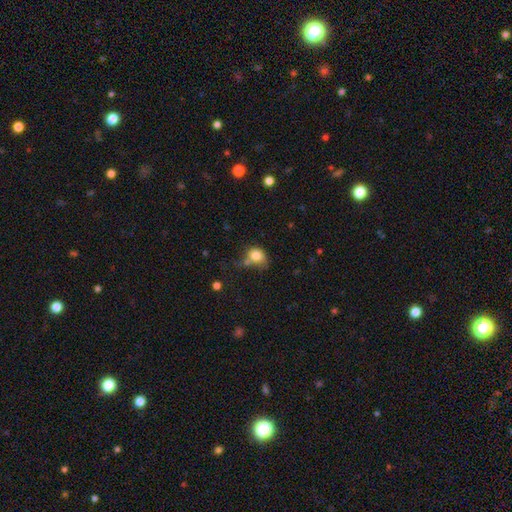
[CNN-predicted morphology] Smooth or featured: smooth — 80% (star or artifact — 10%)
How rounded: round — 50% (in between — 49%)
Merging: none — 41% (minor disturbance — 25%)